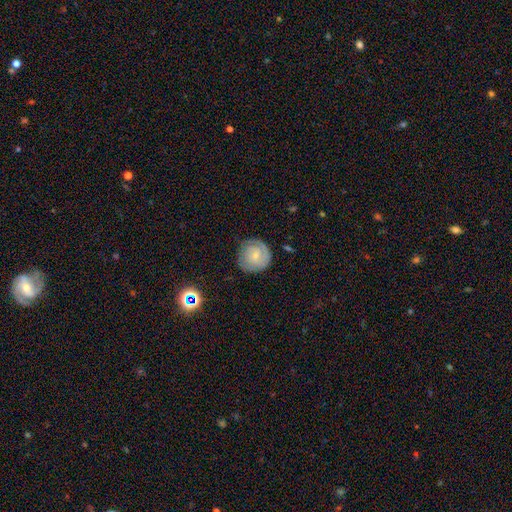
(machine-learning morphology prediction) Smooth or featured? Predicted: featured or disk (p=0.62). Edge-on disk? Predicted: no (p=0.98). Bar? Predicted: no (p=0.75). Spiral arms? Predicted: yes (p=0.88). Spiral winding? Predicted: tight (p=0.72). Spiral arm count? Predicted: 2 (p=0.37). Bulge size? Predicted: small (p=0.72). Merging? Predicted: none (p=0.74).